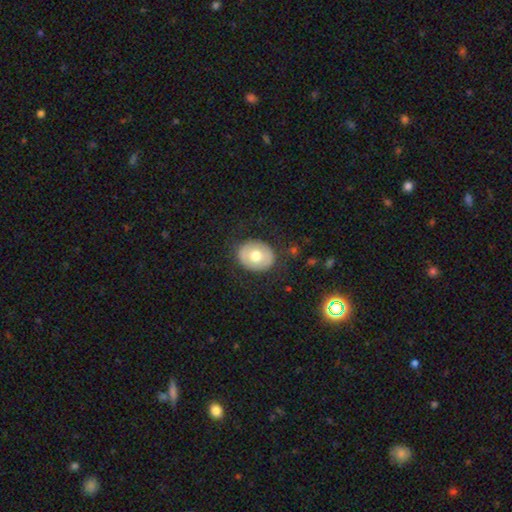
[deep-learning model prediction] This is likely a smooth galaxy (65%). How rounded: possibly in between (50%). Merging: clearly none (84%).